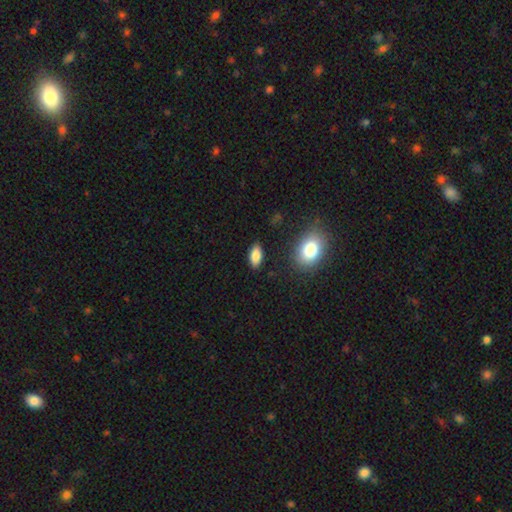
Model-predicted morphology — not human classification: Smooth or featured?
  - smooth: 85% *
  - star or artifact: 8%
  - featured or disk: 7%
How rounded?
  - in between: 90% *
  - cigar-shaped: 6%
  - round: 4%
Merging?
  - none: 87% *
  - minor disturbance: 9%
  - major disturbance: 2%
  - merger: 2%